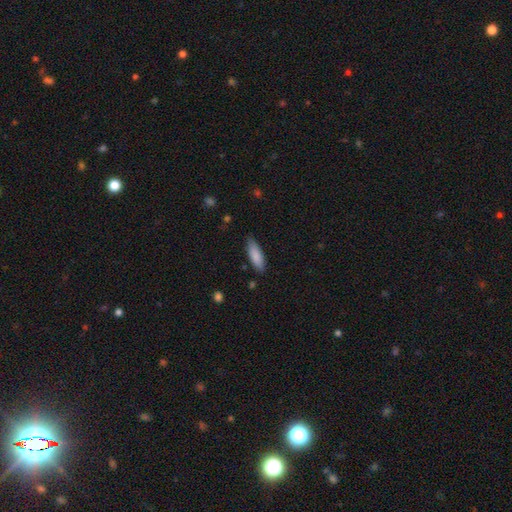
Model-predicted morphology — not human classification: The model was most divided on "how rounded": in between: 51%, cigar-shaped: 48%, round: 1%. More confident: smooth or featured — smooth (85%); merging — none (84%).